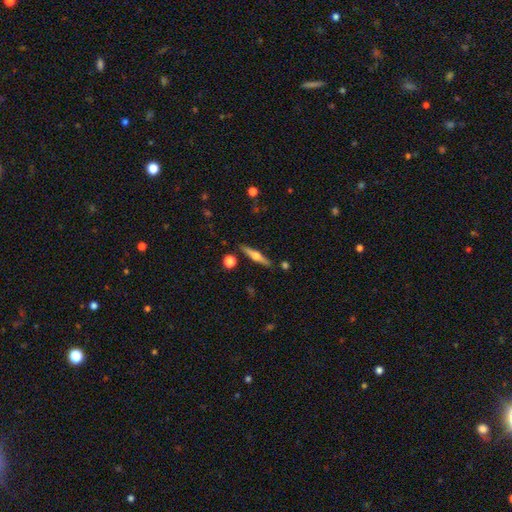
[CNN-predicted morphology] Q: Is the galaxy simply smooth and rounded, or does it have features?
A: featured or disk — 63%.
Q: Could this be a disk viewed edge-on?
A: yes — 97%.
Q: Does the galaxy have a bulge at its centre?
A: rounded — 92%.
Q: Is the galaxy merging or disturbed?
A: none — 87%.